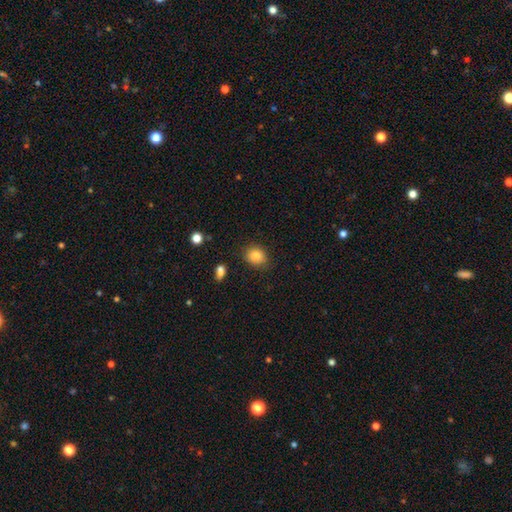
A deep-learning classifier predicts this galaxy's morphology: The model was most divided on "how rounded": round: 56%, in between: 43%, cigar-shaped: 1%. More confident: smooth or featured — smooth (84%); merging — none (83%).